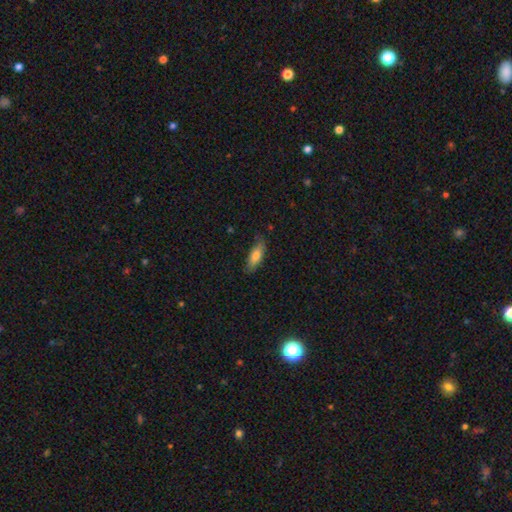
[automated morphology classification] Smooth or featured?
  - smooth: 76% *
  - featured or disk: 18%
  - star or artifact: 6%
How rounded?
  - in between: 64% *
  - cigar-shaped: 34%
  - round: 2%
Merging?
  - none: 78% *
  - minor disturbance: 17%
  - major disturbance: 3%
  - merger: 1%